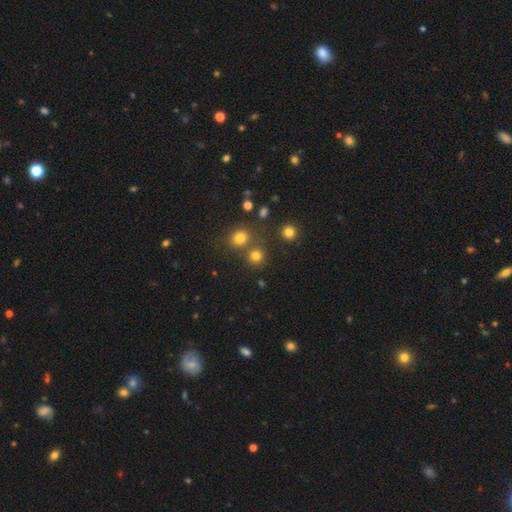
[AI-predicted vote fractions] smooth 78%, star or artifact 16%, featured or disk 6%. Down the decision tree: how rounded — round (88%); merging — none (70%).